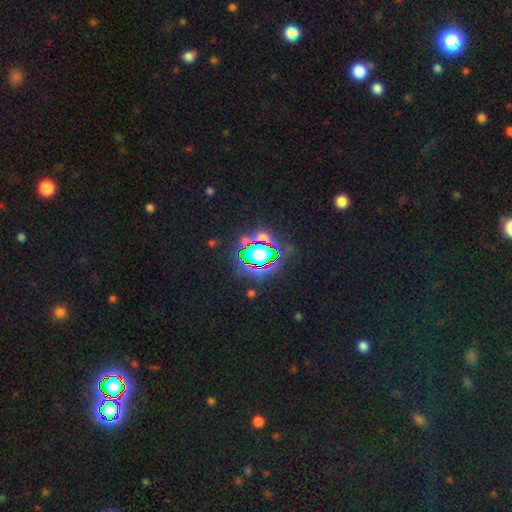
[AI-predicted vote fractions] Smooth or featured: star or artifact — 81% (smooth — 11%)